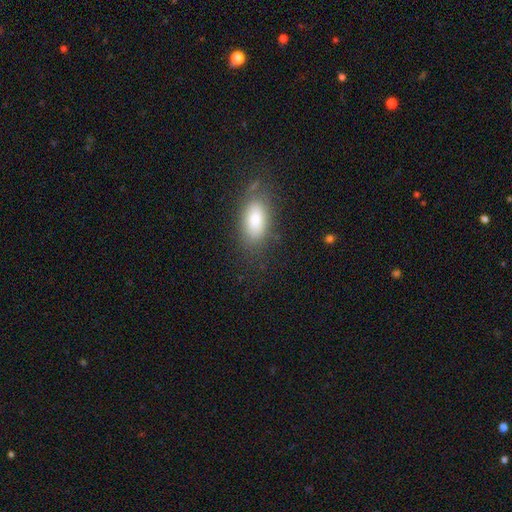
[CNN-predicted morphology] Overall: smooth (71%). How rounded: in between (83%). Merging: none (78%).